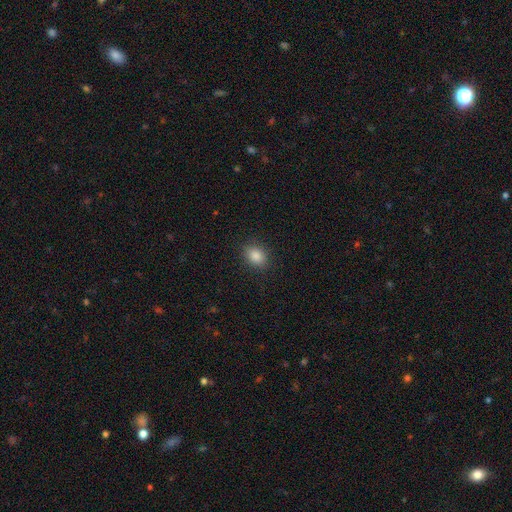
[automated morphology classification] This appears to be a smooth galaxy with no disk features (85%) that is in between round and cigar-shaped (59%). Merging: none (89%).